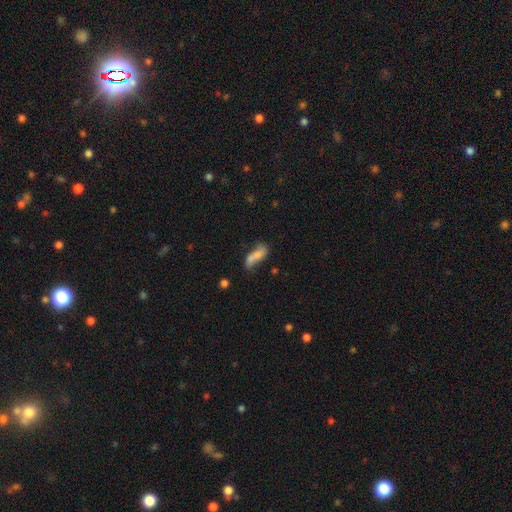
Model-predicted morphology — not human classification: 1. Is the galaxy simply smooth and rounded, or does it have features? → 62% smooth, 30% featured or disk, 9% star or artifact.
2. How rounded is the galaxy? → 61% in between, 35% cigar-shaped, 4% round.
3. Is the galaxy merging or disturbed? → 39% none, 27% merger, 22% minor disturbance, 12% major disturbance.